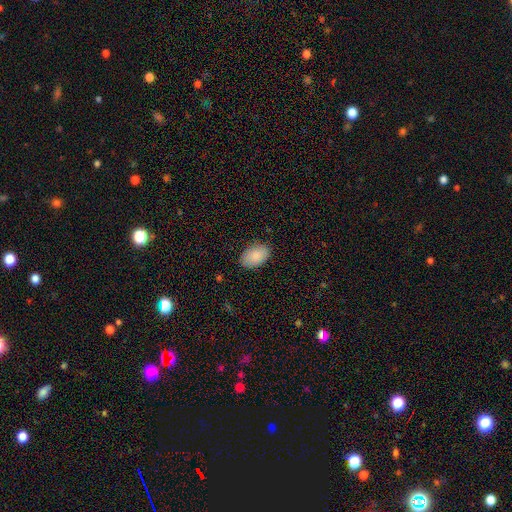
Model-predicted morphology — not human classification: Overall: smooth (88%). How rounded: in between (91%). Merging: none (86%).